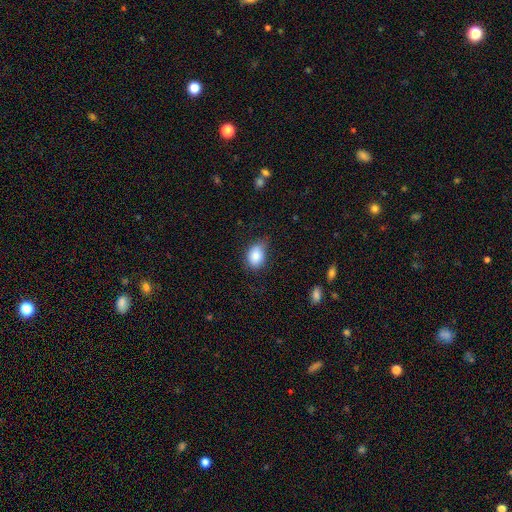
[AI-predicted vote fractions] Q: Smooth or featured?
A: smooth (85%); runner-up: star or artifact (8%)
Q: How rounded?
A: in between (76%); runner-up: round (23%)
Q: Merging?
A: none (63%); runner-up: minor disturbance (29%)